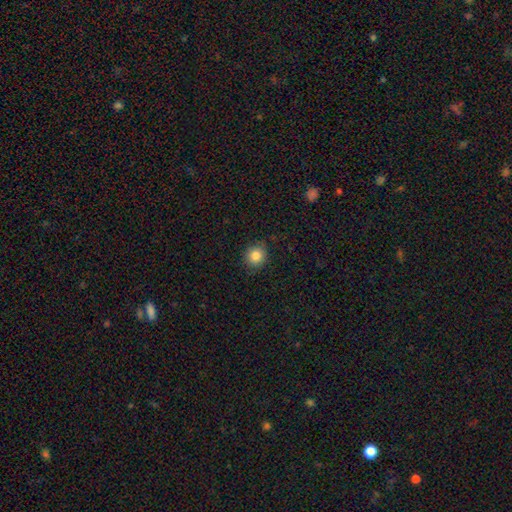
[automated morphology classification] The model was most divided on "smooth or featured": smooth: 84%, star or artifact: 10%, featured or disk: 6%. More confident: merging — none (87%); how rounded — round (87%).